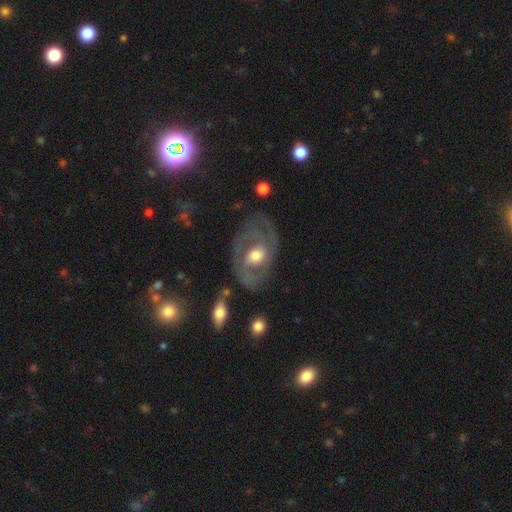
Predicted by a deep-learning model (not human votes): Morphology: type=featured or disk (75%); edge-on=no (95%); bar=no (57%); spiral arms=yes (70%); winding=tight (43%); arm count=2 (49%); bulge=moderate (68%); merging=none (60%).